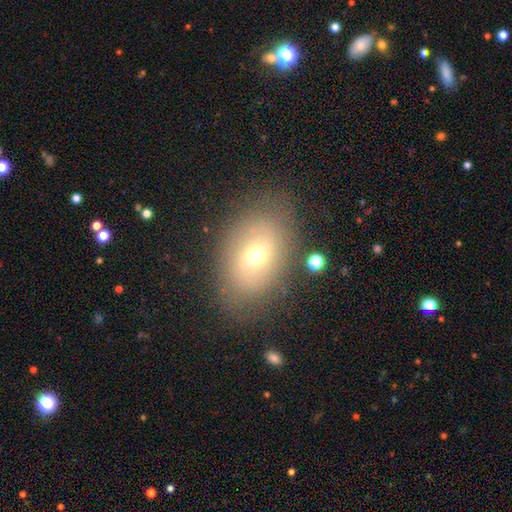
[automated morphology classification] Q: Smooth or featured?
A: smooth (59%); runner-up: featured or disk (27%)
Q: How rounded?
A: in between (75%); runner-up: round (24%)
Q: Merging?
A: none (75%); runner-up: minor disturbance (15%)